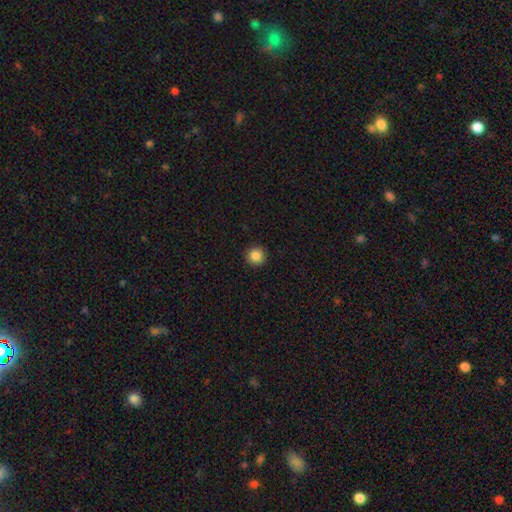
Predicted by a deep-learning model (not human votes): This is clearly a smooth galaxy (86%). How rounded: clearly round (95%). Merging: clearly none (92%).